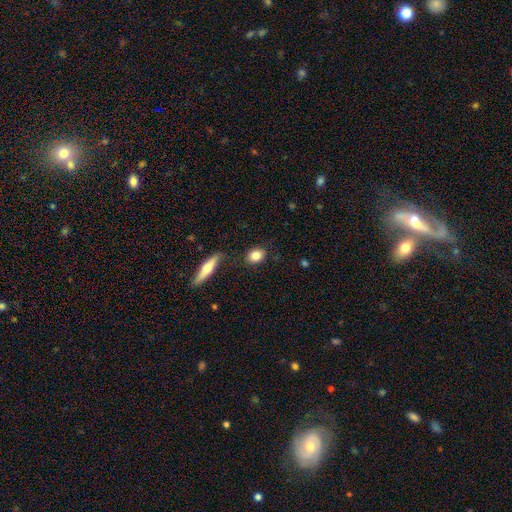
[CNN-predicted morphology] Smooth or featured? smooth (81%)
How rounded? in between (63%)
Merging? none (84%)